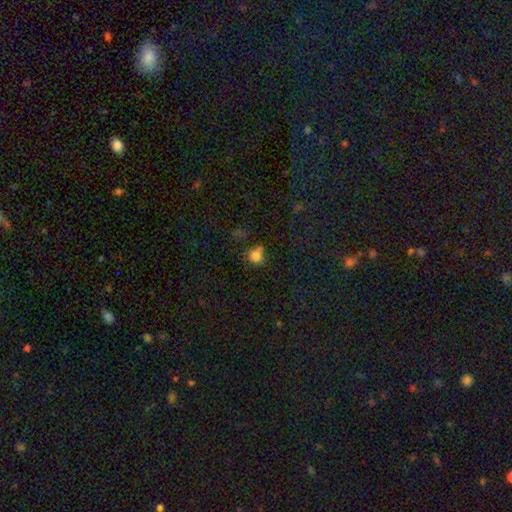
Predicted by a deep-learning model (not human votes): smooth-or-featured: smooth: 79% | star or artifact: 14% | featured or disk: 8%
  how-rounded: round: 82% | in between: 16% | cigar-shaped: 1%
  merging: none: 53% | minor disturbance: 22% | merger: 17% | major disturbance: 9%